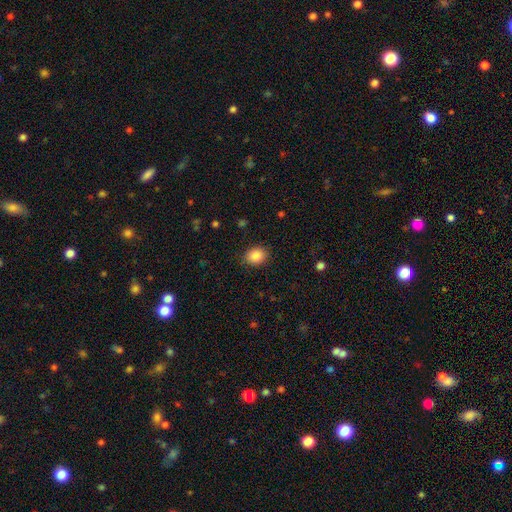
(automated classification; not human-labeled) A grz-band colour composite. It shows a smooth galaxy with no disk features (88%) that is round (52%). Merging: none (86%).